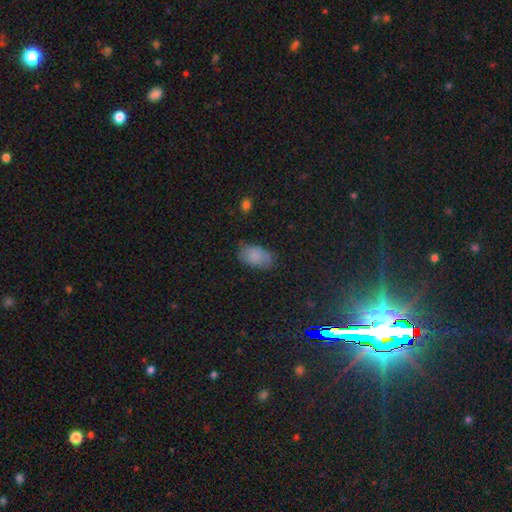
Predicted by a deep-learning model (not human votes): smooth_or_featured: smooth (p=0.81) [alt: featured or disk p=0.10]
how_rounded: in between (p=0.93) [alt: round p=0.05]
merging: none (p=0.72) [alt: minor disturbance p=0.21]